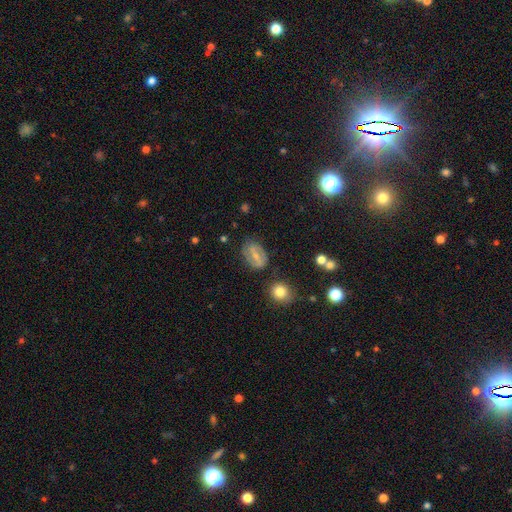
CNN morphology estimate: type=featured or disk (56%); edge-on=no (94%); bar=strong (42%); spiral arms=yes (60%); bulge=small (56%); merging=none (73%).